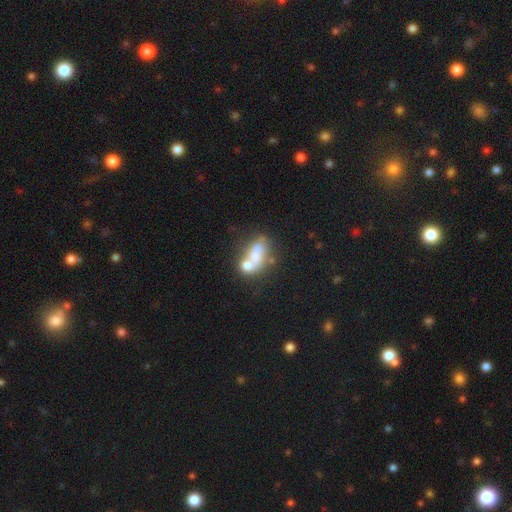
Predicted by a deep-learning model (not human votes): Smooth or featured? smooth (61%)
How rounded? in between (80%)
Merging? merger (51%)